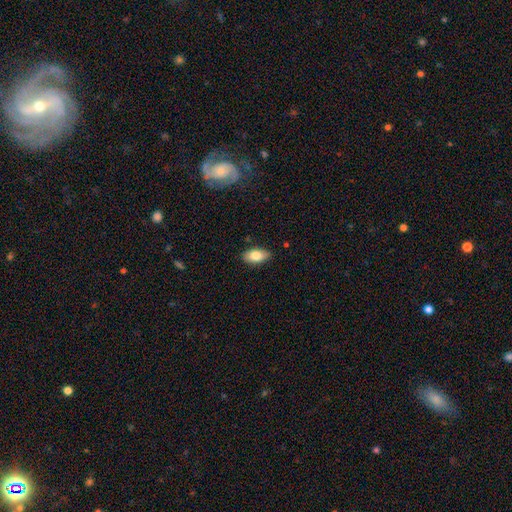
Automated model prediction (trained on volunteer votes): The model was most divided on "smooth or featured": smooth: 80%, featured or disk: 13%, star or artifact: 7%. More confident: how rounded — in between (91%); merging — none (84%).